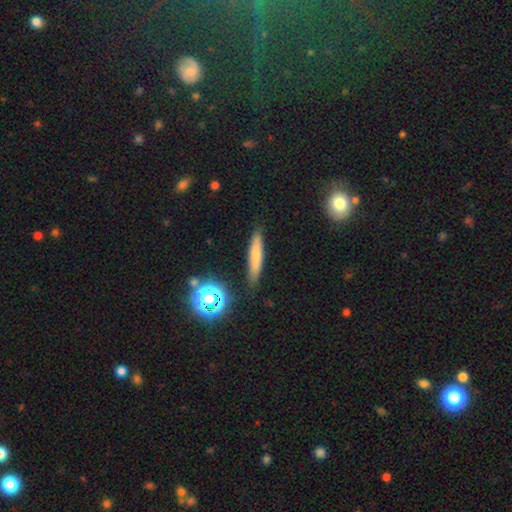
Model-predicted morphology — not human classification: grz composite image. It shows a smooth galaxy with no disk features (65%) that is cigar-shaped (87%). Merging: none (86%).